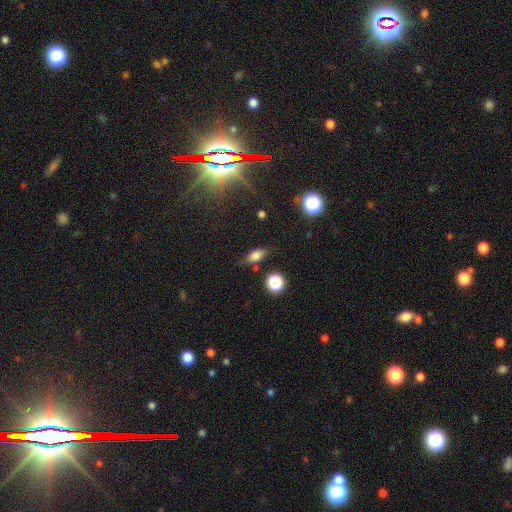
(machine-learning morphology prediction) Smooth or featured: smooth — 64% (featured or disk — 24%)
How rounded: in between — 70% (cigar-shaped — 18%)
Merging: none — 74% (minor disturbance — 18%)